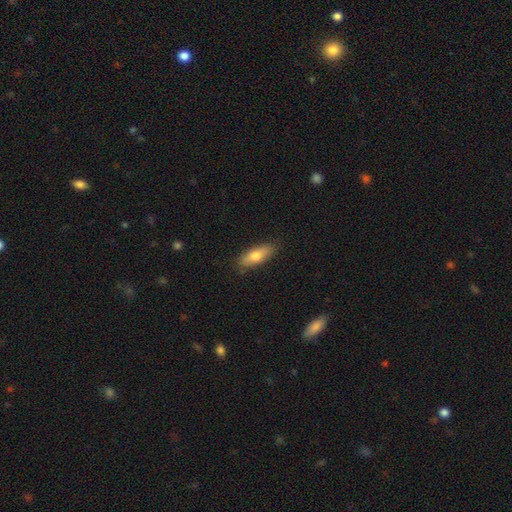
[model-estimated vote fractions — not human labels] This is likely a smooth galaxy (73%). How rounded: likely in between (67%). Merging: clearly none (85%).